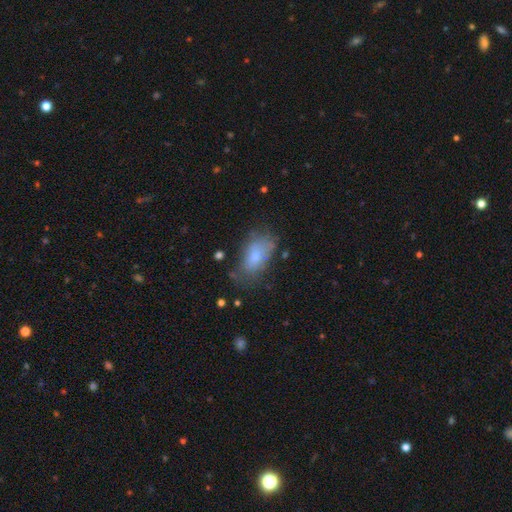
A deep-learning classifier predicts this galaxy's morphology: smooth 72%, featured or disk 20%, star or artifact 8%. Down the decision tree: how rounded — in between (91%); merging — none (55%).